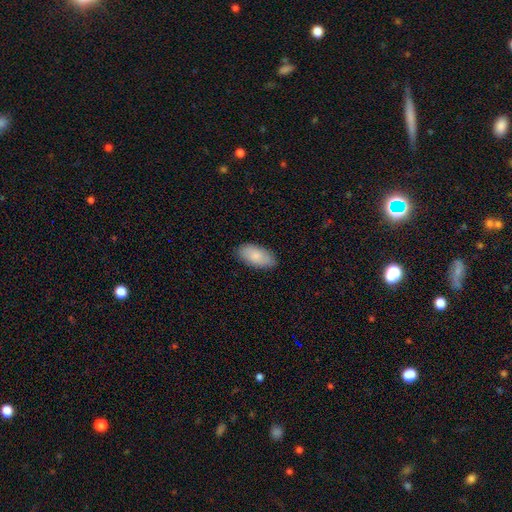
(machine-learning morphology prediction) Smooth or featured? Predicted: smooth (p=0.86). How rounded? Predicted: in between (p=0.93). Merging? Predicted: none (p=0.86).